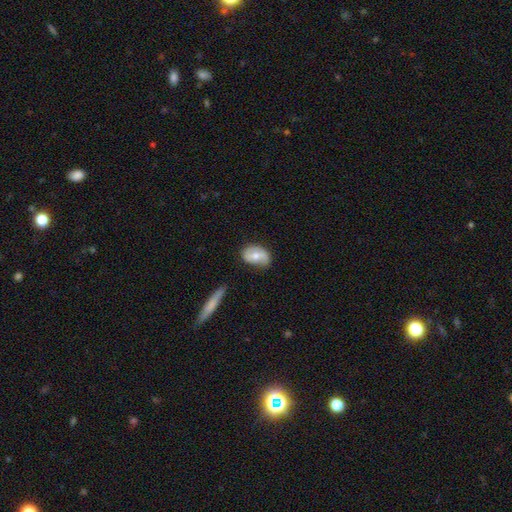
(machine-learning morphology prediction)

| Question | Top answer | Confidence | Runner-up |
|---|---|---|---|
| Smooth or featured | smooth | 52% | featured or disk (41%) |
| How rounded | in between | 83% | round (15%) |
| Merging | none | 63% | minor disturbance (28%) |